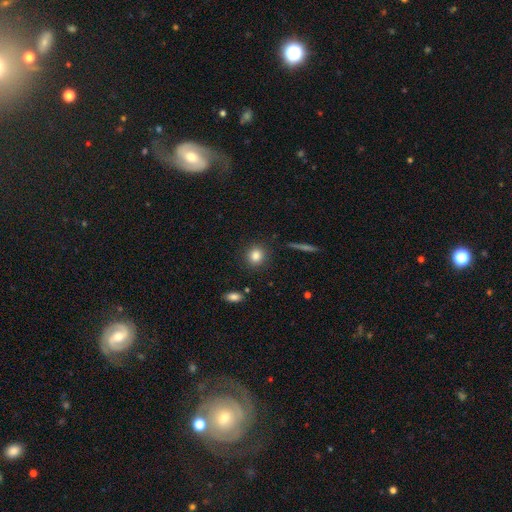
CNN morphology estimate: smooth 84%, star or artifact 9%, featured or disk 6%. Down the decision tree: how rounded — round (82%); merging — none (88%).